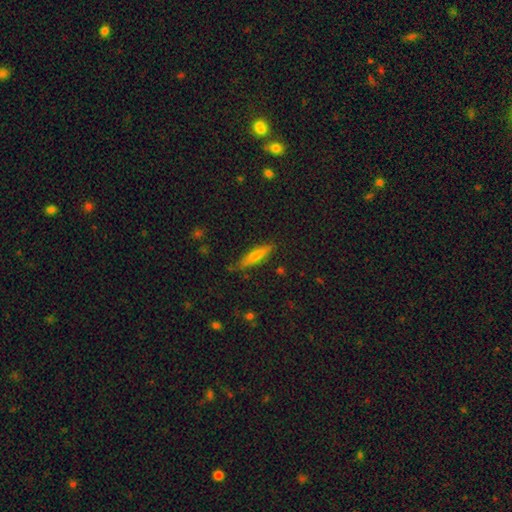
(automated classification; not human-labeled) Q: Smooth or featured?
A: smooth (61%); runner-up: featured or disk (31%)
Q: How rounded?
A: cigar-shaped (79%); runner-up: in between (19%)
Q: Merging?
A: none (83%); runner-up: minor disturbance (12%)